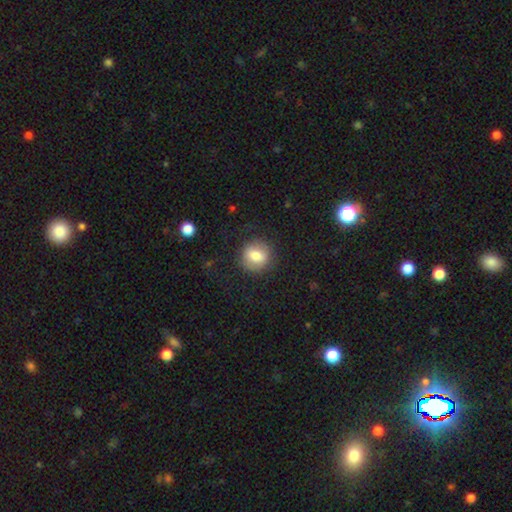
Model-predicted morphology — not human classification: Smooth or featured?
  - smooth: 76% *
  - featured or disk: 15%
  - star or artifact: 9%
How rounded?
  - round: 84% *
  - in between: 15%
  - cigar-shaped: 1%
Merging?
  - none: 82% *
  - minor disturbance: 11%
  - major disturbance: 5%
  - merger: 1%